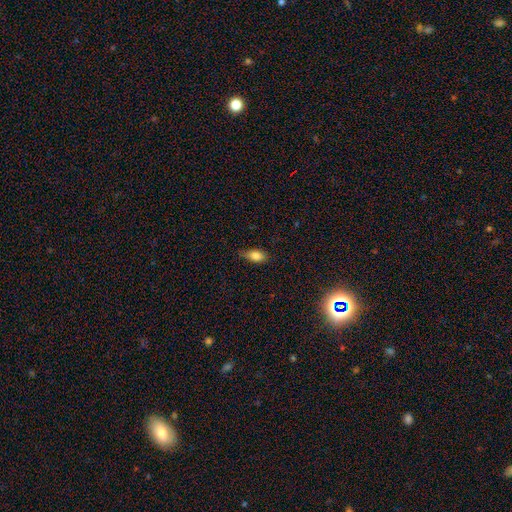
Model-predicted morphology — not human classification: A smooth galaxy with no disk features (81%) that is in between round and cigar-shaped (84%).

Vote fractions:
- Smooth or featured? smooth: 81% / featured or disk: 11% / star or artifact: 9%
- How rounded? in between: 84% / cigar-shaped: 11% / round: 5%
- Merging? none: 74% / minor disturbance: 21% / major disturbance: 4% / merger: 1%